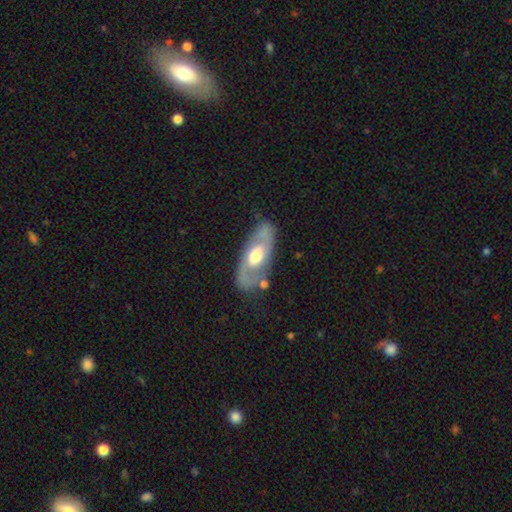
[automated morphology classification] Smooth or featured?
  - featured or disk: 64% *
  - smooth: 30%
  - star or artifact: 5%
Edge-on disk?
  - no: 87% *
  - yes: 13%
Bar?
  - no: 57% *
  - weak: 33%
  - strong: 10%
Spiral arms?
  - yes: 61% *
  - no: 39%
Bulge size?
  - moderate: 64% *
  - large: 24%
  - small: 8%
  - dominant: 2%
  - none: 1%
Merging?
  - none: 67% *
  - minor disturbance: 19%
  - major disturbance: 9%
  - merger: 5%